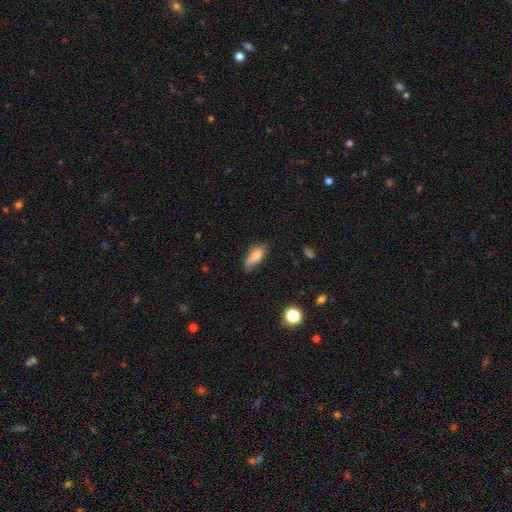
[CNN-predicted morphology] Smooth or featured? Predicted: smooth (p=0.76). How rounded? Predicted: in between (p=0.64). Merging? Predicted: none (p=0.66).